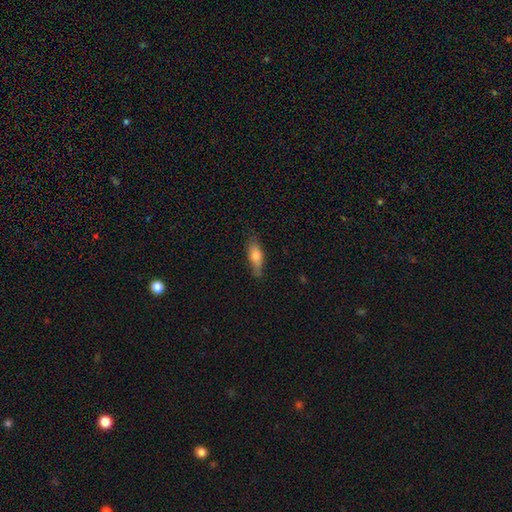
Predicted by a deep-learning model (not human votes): This appears to be a smooth galaxy with no disk features (69%) that is in between round and cigar-shaped (56%). Merging: none (73%).